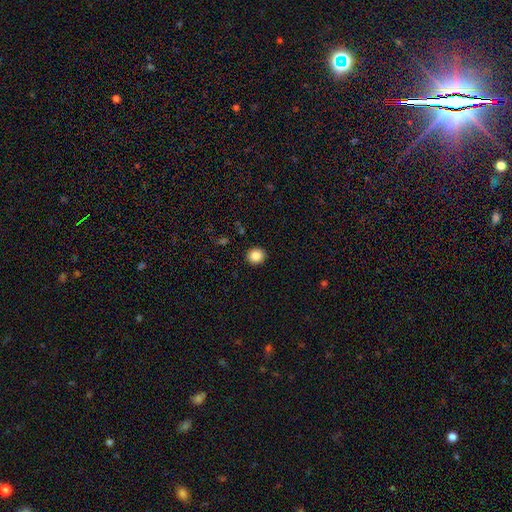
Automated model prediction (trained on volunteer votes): Smooth or featured: smooth — 86% (star or artifact — 10%)
How rounded: round — 90% (in between — 9%)
Merging: none — 93% (minor disturbance — 5%)